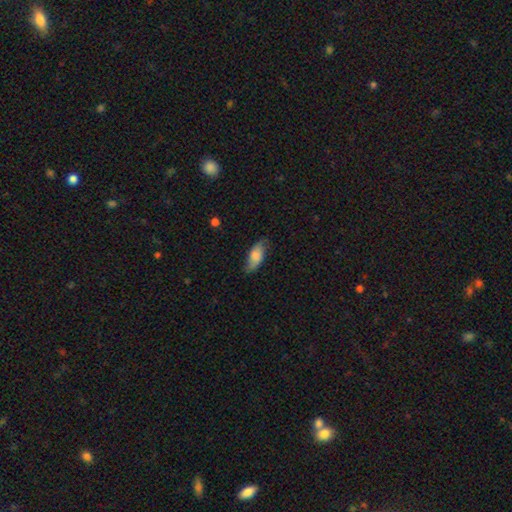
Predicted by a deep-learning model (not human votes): smooth 70%, featured or disk 24%, star or artifact 7%. Down the decision tree: how rounded — in between (82%); merging — none (72%).